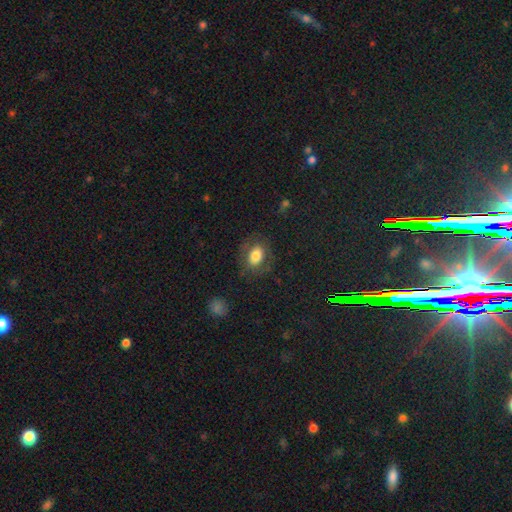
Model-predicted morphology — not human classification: type=smooth (75%); roundness=in between (77%); merging=none (76%).